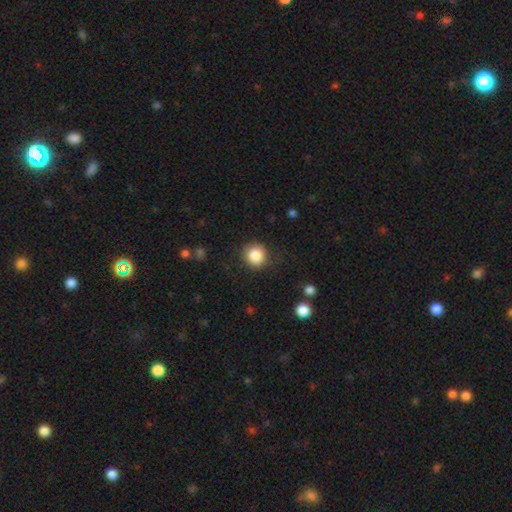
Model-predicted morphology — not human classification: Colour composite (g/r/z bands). It shows a smooth galaxy with no disk features (86%) that is round (89%). Merging: none (86%).